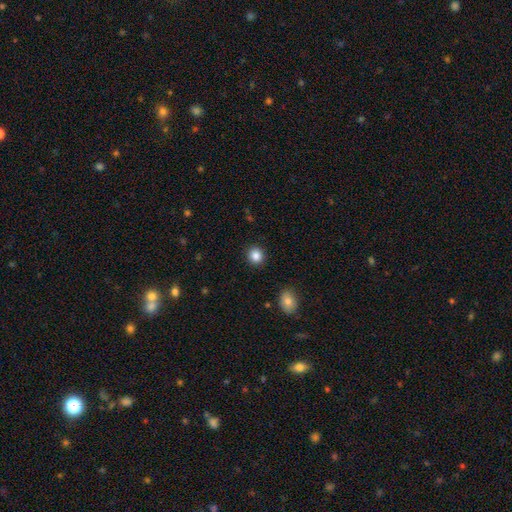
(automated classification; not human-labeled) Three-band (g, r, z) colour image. It shows a smooth galaxy with no disk features (86%) that is round (84%). Merging: none (91%).